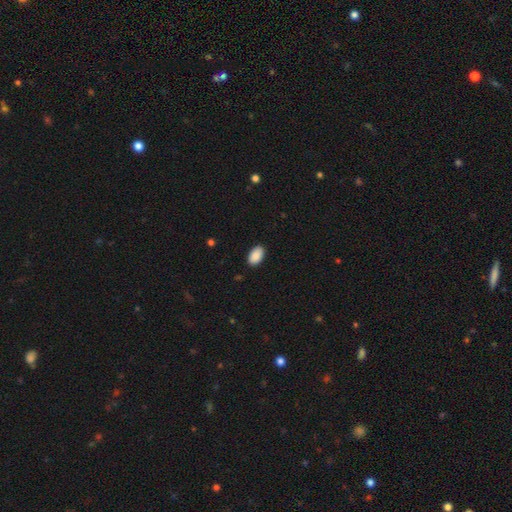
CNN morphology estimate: This appears to be a smooth galaxy with no disk features (90%) that is in between round and cigar-shaped (94%). Merging: none (89%).